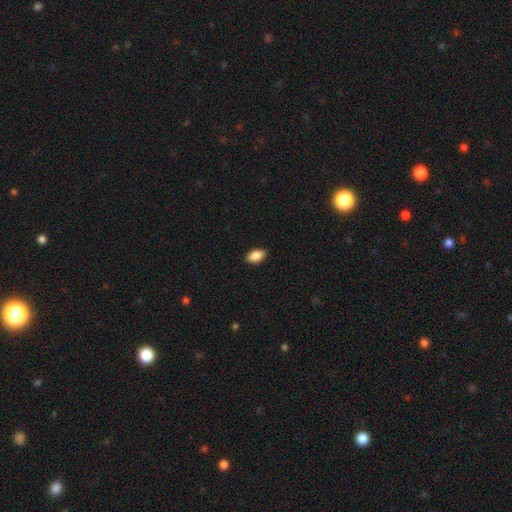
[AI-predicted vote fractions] smooth-or-featured: smooth: 87% | star or artifact: 7% | featured or disk: 6%
  how-rounded: in between: 93% | round: 5% | cigar-shaped: 3%
  merging: none: 89% | minor disturbance: 8% | major disturbance: 2% | merger: 1%